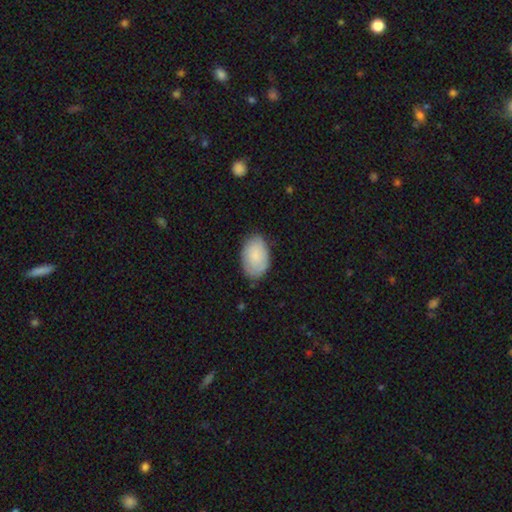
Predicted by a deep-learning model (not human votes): Smooth or featured? smooth (81%)
How rounded? in between (91%)
Merging? none (77%)